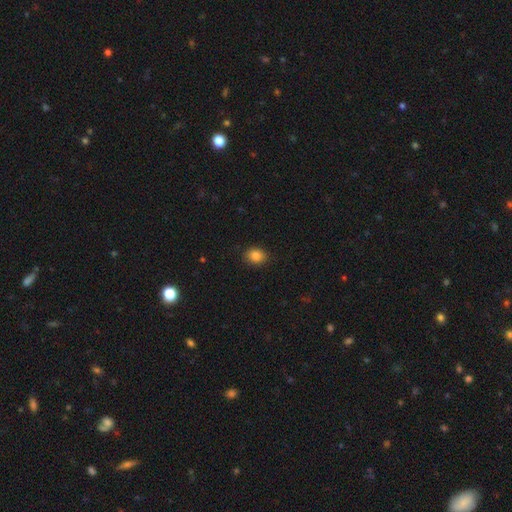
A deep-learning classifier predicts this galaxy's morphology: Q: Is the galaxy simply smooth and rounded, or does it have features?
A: smooth — 85%.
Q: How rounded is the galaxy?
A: round — 54%.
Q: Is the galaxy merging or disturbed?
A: none — 87%.